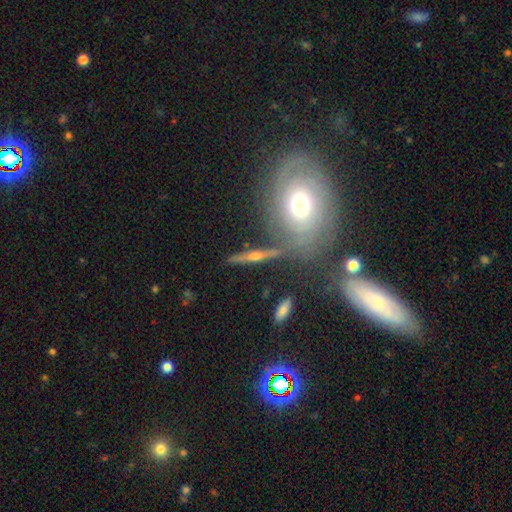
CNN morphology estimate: This appears to be a featured or disk galaxy (62%) viewed edge-on (79%). Merging: none (73%).